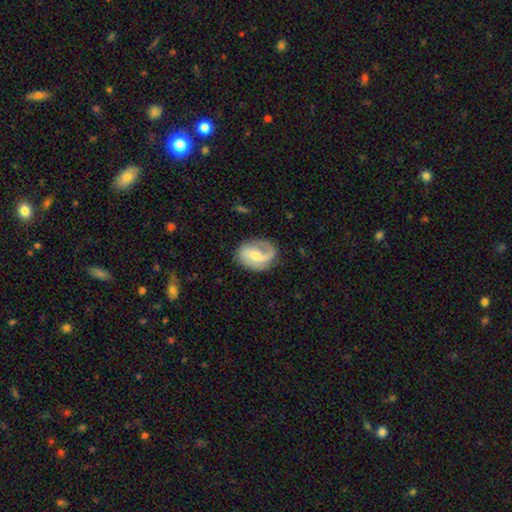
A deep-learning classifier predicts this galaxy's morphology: Smooth or featured? Predicted: featured or disk (p=0.75). Edge-on disk? Predicted: no (p=0.97). Bar? Predicted: weak (p=0.46). Spiral arms? Predicted: yes (p=0.91). Spiral winding? Predicted: medium (p=0.41). Spiral arm count? Predicted: 2 (p=0.59). Bulge size? Predicted: small (p=0.49). Merging? Predicted: none (p=0.67).